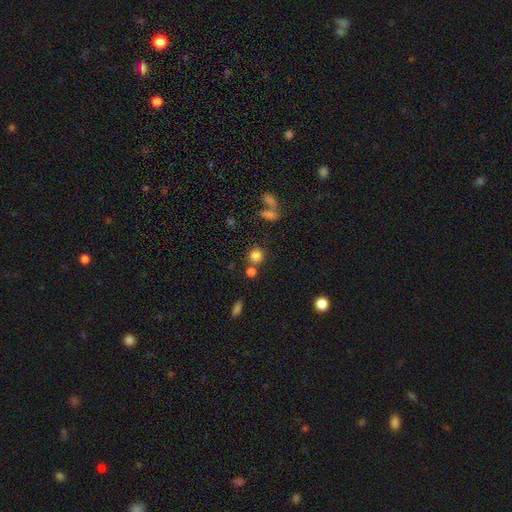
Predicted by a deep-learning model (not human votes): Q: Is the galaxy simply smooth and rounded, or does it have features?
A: smooth — 80%.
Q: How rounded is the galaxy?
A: round — 87%.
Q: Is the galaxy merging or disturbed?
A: none — 68%.